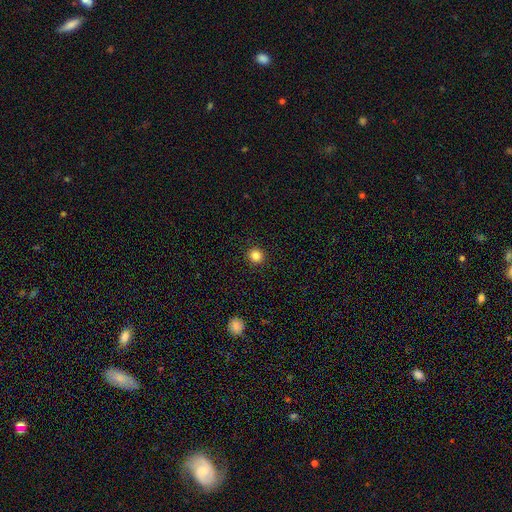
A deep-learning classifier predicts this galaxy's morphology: This appears to be a smooth galaxy with no disk features (84%) that is round (92%). Merging: none (93%).